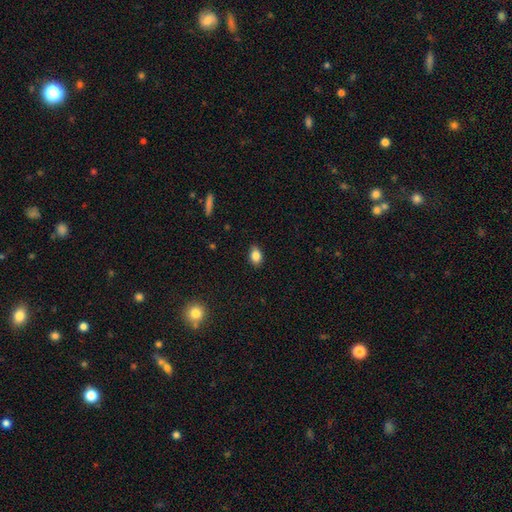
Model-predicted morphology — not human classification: A smooth galaxy with no disk features (85%) that is in between round and cigar-shaped (83%).

Vote fractions:
- Smooth or featured? smooth: 85% / star or artifact: 9% / featured or disk: 6%
- How rounded? in between: 83% / round: 16% / cigar-shaped: 2%
- Merging? none: 87% / minor disturbance: 10% / major disturbance: 2% / merger: 1%